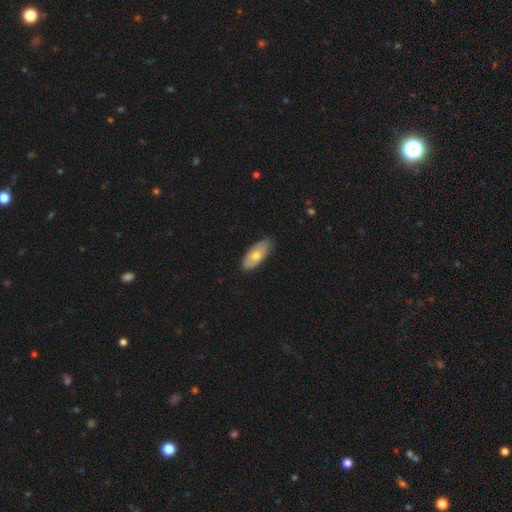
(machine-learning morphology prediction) A smooth galaxy with no disk features (64%) that is in between round and cigar-shaped (84%).

Vote fractions:
- Smooth or featured? smooth: 64% / featured or disk: 30% / star or artifact: 6%
- How rounded? in between: 84% / cigar-shaped: 13% / round: 2%
- Merging? none: 81% / minor disturbance: 15% / major disturbance: 2% / merger: 1%